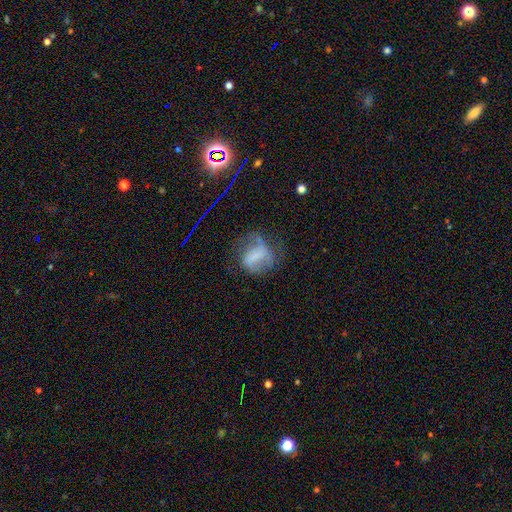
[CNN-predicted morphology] Smooth or featured?
  - featured or disk: 47% *
  - smooth: 40%
  - star or artifact: 13%
Merging?
  - none: 38% *
  - major disturbance: 34%
  - minor disturbance: 25%
  - merger: 3%